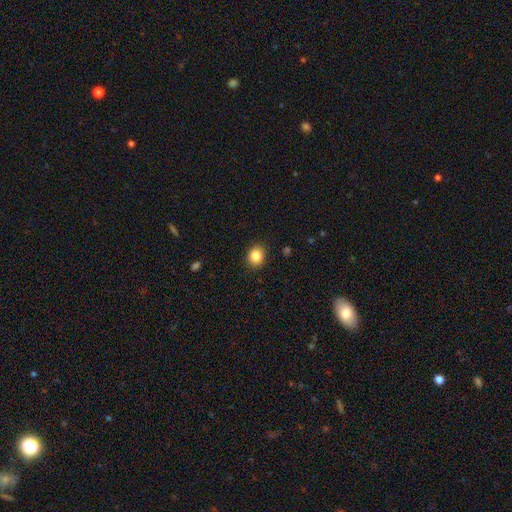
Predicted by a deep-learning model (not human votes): Smooth or featured? smooth (85%)
How rounded? round (75%)
Merging? none (89%)